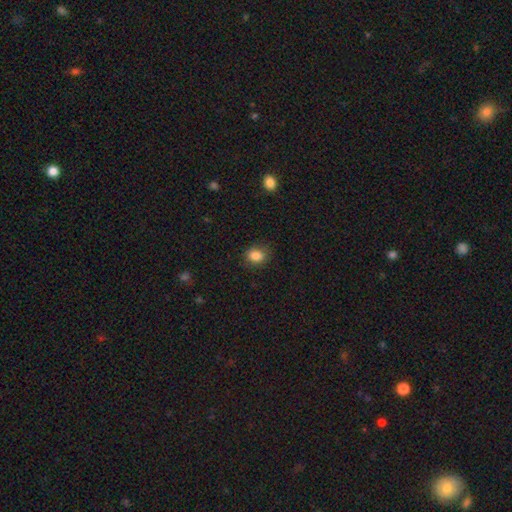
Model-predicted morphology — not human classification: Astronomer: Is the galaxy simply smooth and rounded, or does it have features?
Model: smooth — 85%.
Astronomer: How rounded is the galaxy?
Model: in between — 50% (runner-up: round, 49%).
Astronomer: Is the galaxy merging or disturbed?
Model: none — 83%.